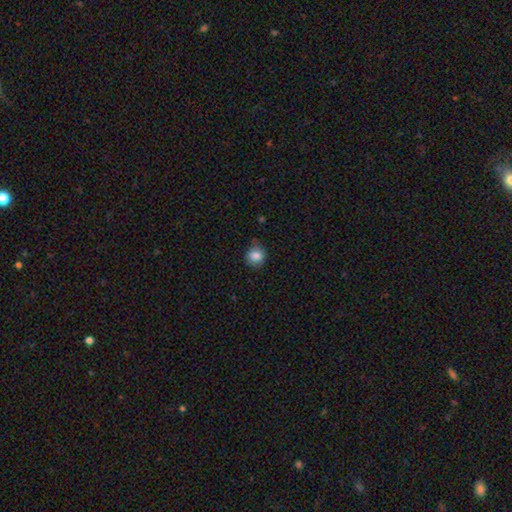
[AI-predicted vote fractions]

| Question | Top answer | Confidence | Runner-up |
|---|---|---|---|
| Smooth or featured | smooth | 85% | star or artifact (9%) |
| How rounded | round | 84% | in between (15%) |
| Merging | none | 74% | minor disturbance (20%) |